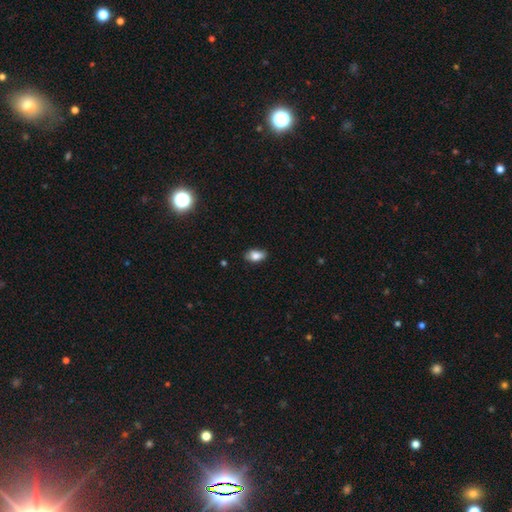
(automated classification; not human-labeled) Overall: smooth (82%). How rounded: in between (90%). Merging: none (82%).